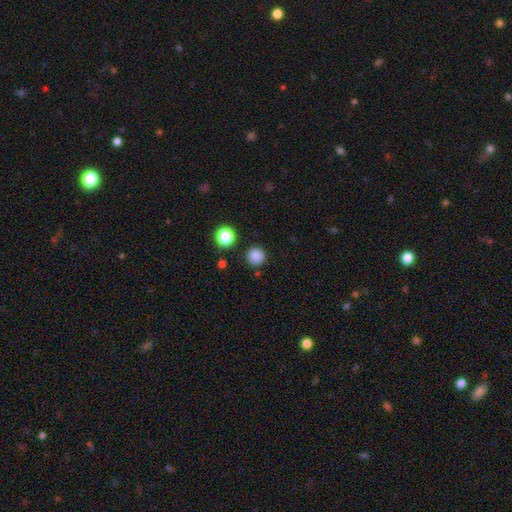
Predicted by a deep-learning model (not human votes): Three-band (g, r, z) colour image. It shows a smooth galaxy with no disk features (84%) that is round (95%). Merging: none (88%).